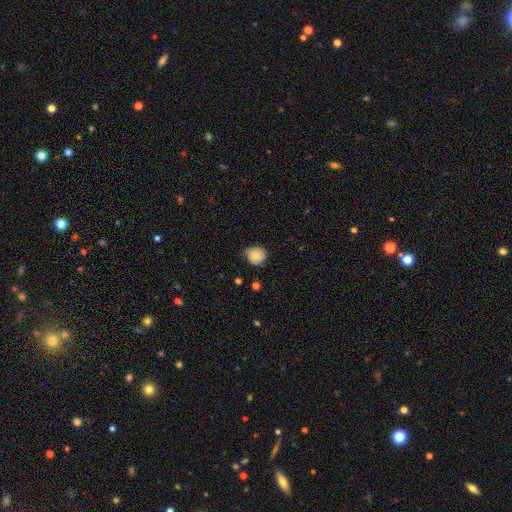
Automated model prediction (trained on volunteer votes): Q: Smooth or featured?
A: smooth (75%); runner-up: featured or disk (17%)
Q: How rounded?
A: round (81%); runner-up: in between (18%)
Q: Merging?
A: none (61%); runner-up: minor disturbance (32%)